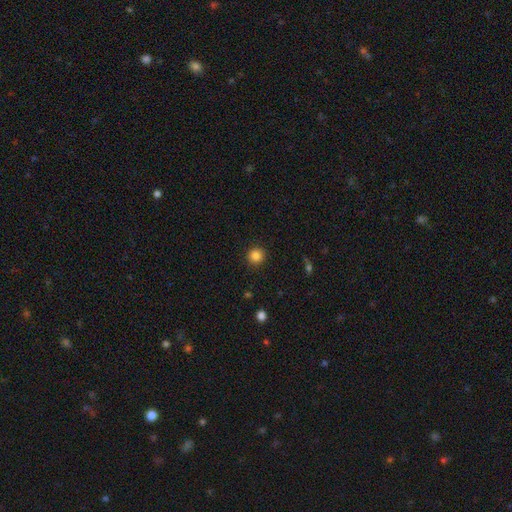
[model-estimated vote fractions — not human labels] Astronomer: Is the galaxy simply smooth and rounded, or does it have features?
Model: smooth — 84%.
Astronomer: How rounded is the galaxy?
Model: round — 93%.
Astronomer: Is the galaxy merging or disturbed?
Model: none — 91%.